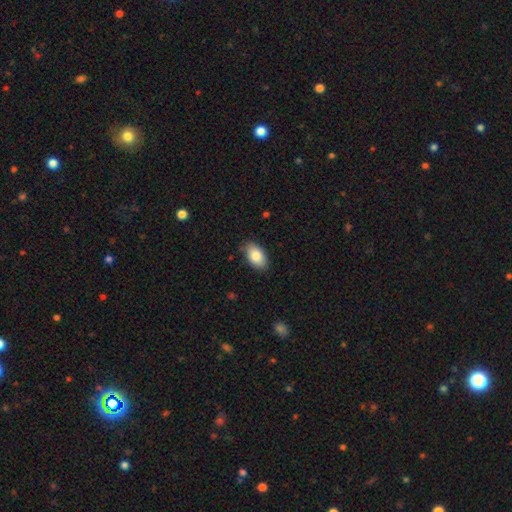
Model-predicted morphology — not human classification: This is clearly a smooth galaxy (85%). How rounded: clearly in between (93%). Merging: clearly none (82%).